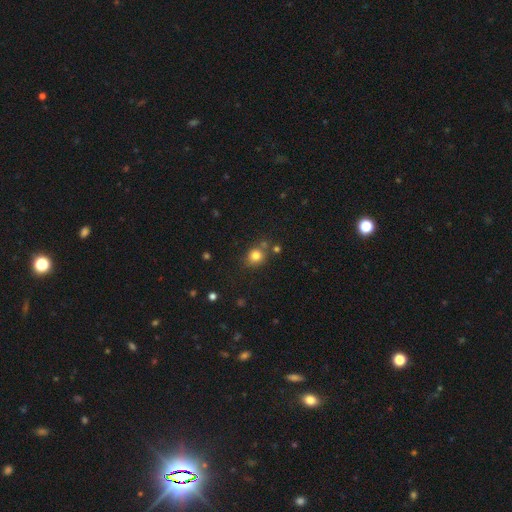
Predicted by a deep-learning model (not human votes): Smooth or featured? Predicted: smooth (p=0.80). How rounded? Predicted: round (p=0.75). Merging? Predicted: none (p=0.71).